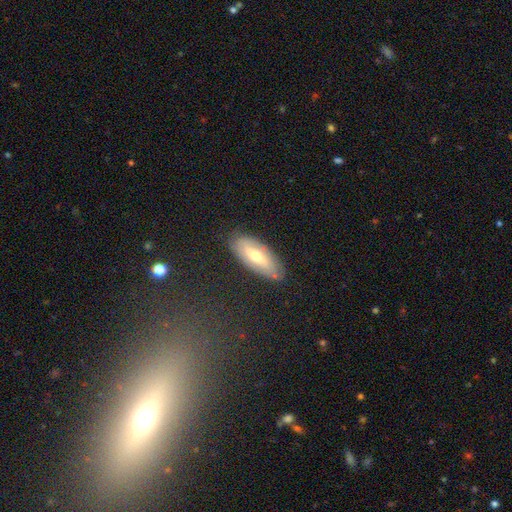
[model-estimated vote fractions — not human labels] Q: Smooth or featured?
A: smooth (46%); tied with: featured or disk (46%)
Q: Merging?
A: none (84%); runner-up: minor disturbance (12%)